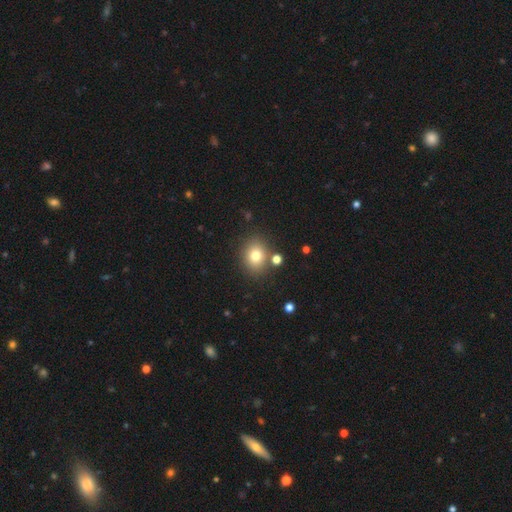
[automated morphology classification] Smooth or featured: smooth — 77% (star or artifact — 13%)
How rounded: round — 65% (in between — 35%)
Merging: none — 80% (minor disturbance — 9%)